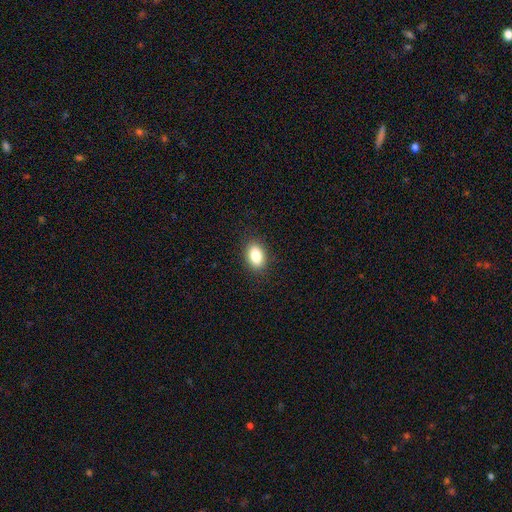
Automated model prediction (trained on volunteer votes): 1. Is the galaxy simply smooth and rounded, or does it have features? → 85% smooth, 8% star or artifact, 7% featured or disk.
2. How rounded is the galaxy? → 88% in between, 10% round, 2% cigar-shaped.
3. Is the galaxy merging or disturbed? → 89% none, 8% minor disturbance, 2% major disturbance, 1% merger.